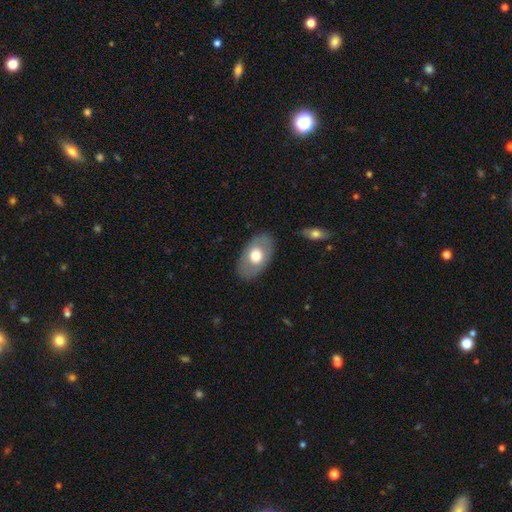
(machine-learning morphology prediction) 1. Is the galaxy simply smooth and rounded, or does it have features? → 60% smooth, 34% featured or disk, 6% star or artifact.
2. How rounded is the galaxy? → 90% in between, 9% round, 1% cigar-shaped.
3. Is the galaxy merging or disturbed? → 84% none, 11% minor disturbance, 3% major disturbance, 1% merger.